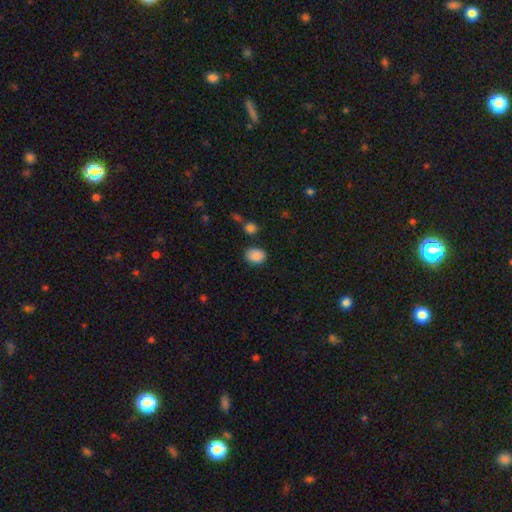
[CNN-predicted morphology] Smooth or featured? Predicted: smooth (p=0.88). How rounded? Predicted: in between (p=0.65). Merging? Predicted: none (p=0.80).